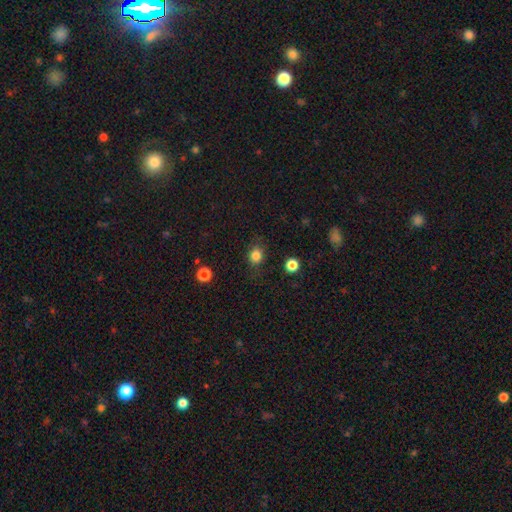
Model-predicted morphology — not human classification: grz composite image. It shows a smooth galaxy with no disk features (83%) that is round (74%). Merging: none (81%).